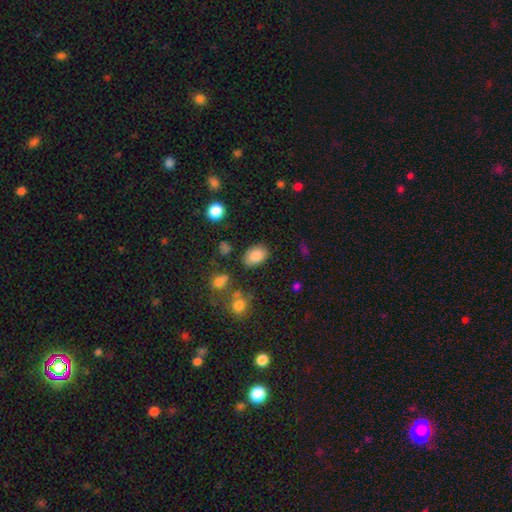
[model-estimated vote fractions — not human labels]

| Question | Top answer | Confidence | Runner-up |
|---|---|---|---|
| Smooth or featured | smooth | 85% | star or artifact (9%) |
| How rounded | in between | 85% | round (14%) |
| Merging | none | 79% | minor disturbance (14%) |